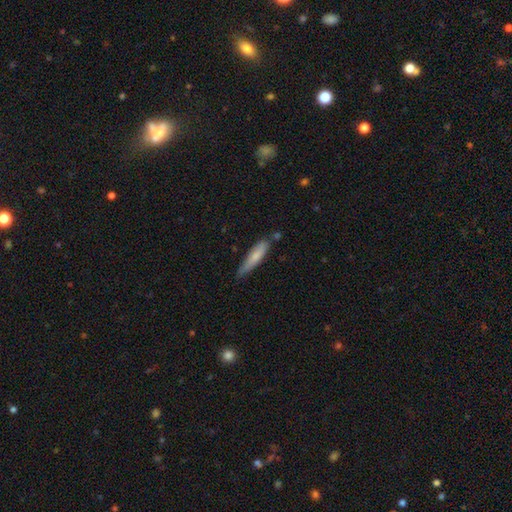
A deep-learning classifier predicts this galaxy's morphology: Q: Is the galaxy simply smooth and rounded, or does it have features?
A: smooth — 73%.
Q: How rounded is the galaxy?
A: cigar-shaped — 82%.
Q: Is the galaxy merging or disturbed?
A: none — 62%.